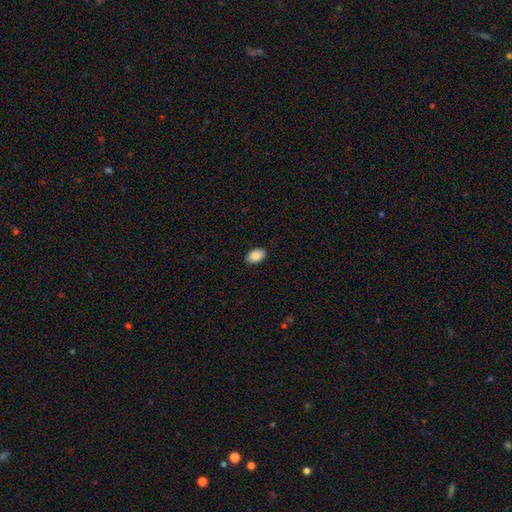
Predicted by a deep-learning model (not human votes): The model was most divided on "merging": none: 88%, minor disturbance: 9%, major disturbance: 2%, merger: 1%. More confident: how rounded — in between (90%); smooth or featured — smooth (87%).